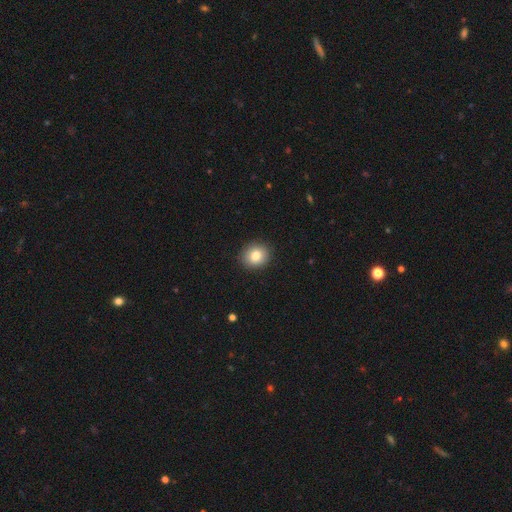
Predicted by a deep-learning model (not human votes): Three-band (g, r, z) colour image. It shows a smooth galaxy with no disk features (82%) that is round (70%). Merging: none (90%).